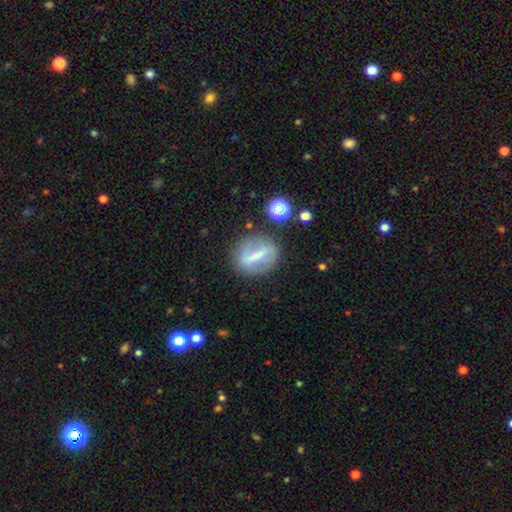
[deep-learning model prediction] This appears to be a featured or disk galaxy (50%). Merging: none (78%).